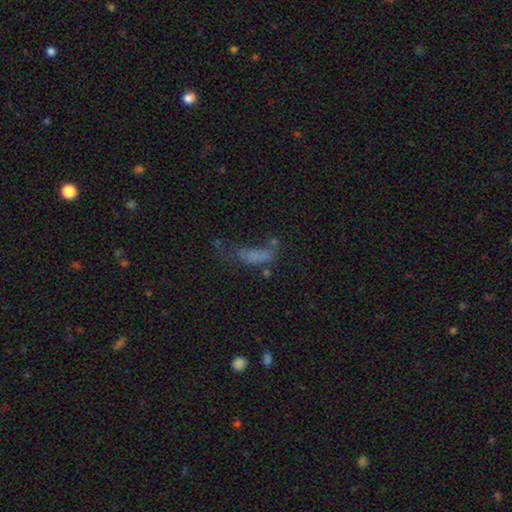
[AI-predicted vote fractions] Overall: smooth (57%; featured or disk 23%). How rounded: in between (54%; cigar-shaped 41%). Merging: major disturbance (34%; none 32%).